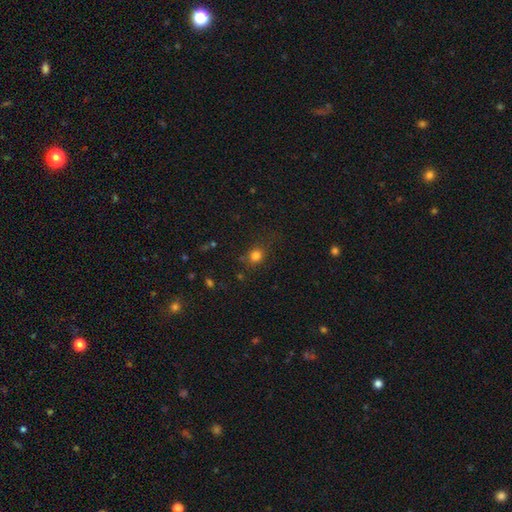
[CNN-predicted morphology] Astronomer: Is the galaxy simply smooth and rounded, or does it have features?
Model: smooth — 79%.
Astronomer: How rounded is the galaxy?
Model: round — 74%.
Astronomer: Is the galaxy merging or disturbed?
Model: none — 75%.